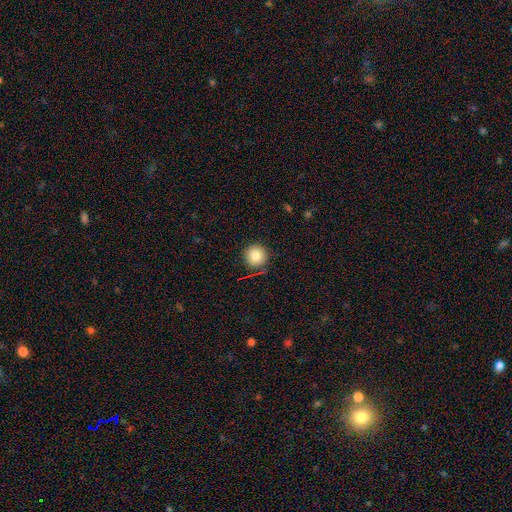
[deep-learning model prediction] smooth 80%, star or artifact 11%, featured or disk 9%. Down the decision tree: how rounded — round (95%); merging — none (86%).